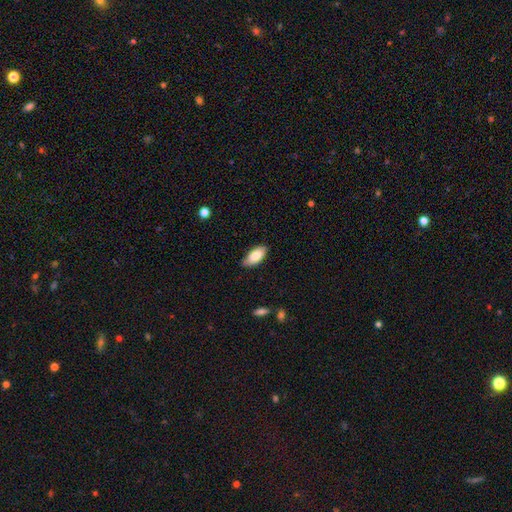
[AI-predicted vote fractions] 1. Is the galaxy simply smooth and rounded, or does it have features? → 82% smooth, 12% featured or disk, 6% star or artifact.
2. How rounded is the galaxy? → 90% in between, 7% cigar-shaped, 2% round.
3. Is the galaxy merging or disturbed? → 80% none, 16% minor disturbance, 2% major disturbance, 1% merger.